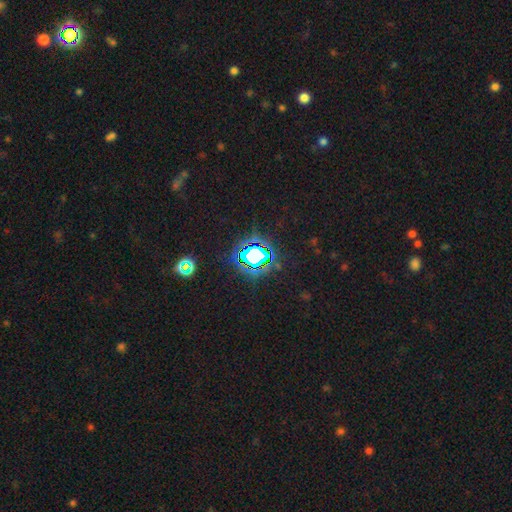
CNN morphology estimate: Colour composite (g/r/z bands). It shows a star or artifact, not a galaxy (71%).